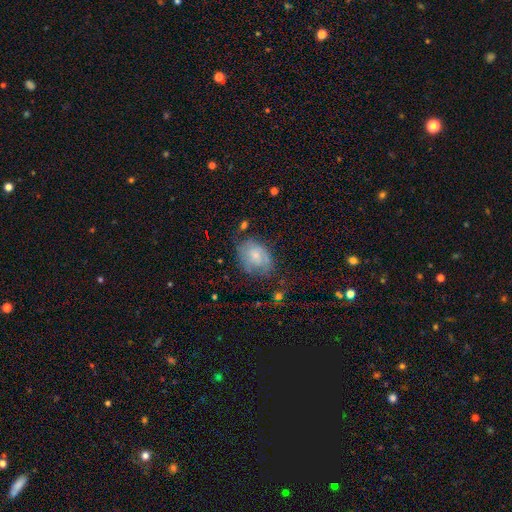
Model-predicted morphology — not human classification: smooth 49%, featured or disk 42%, star or artifact 9%. Down the decision tree: merging — none (54%).